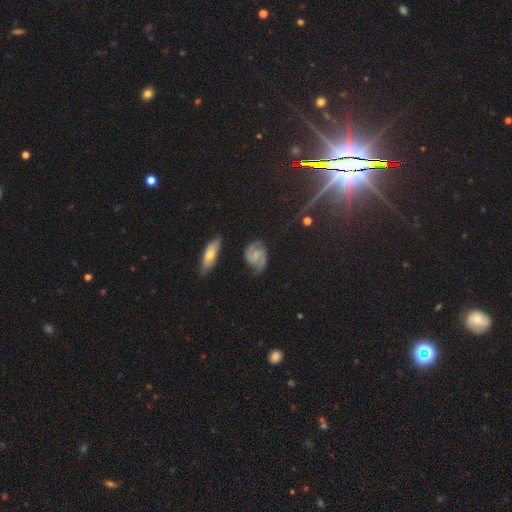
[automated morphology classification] A featured or disk galaxy (84%) with no bar (53%), 2 (91%) medium (52%) spiral arms (97%) and a small central bulge (54%).

Vote fractions:
- Smooth or featured? featured or disk: 84% / smooth: 9% / star or artifact: 7%
- Edge-on disk? no: 97% / yes: 3%
- Bar? no: 53% / weak: 39% / strong: 8%
- Spiral arms? yes: 97% / no: 3%
- Spiral winding? medium: 52% / tight: 33% / loose: 15%
- Spiral arm count? 2: 91% / can't tell: 3% / 3: 2% / 1: 1% / 4: 1% / more than 4: 1%
- Bulge size? small: 54% / none: 27% / moderate: 16% / large: 2% / dominant: 1%
- Merging? none: 73% / minor disturbance: 18% / major disturbance: 6% / merger: 3%